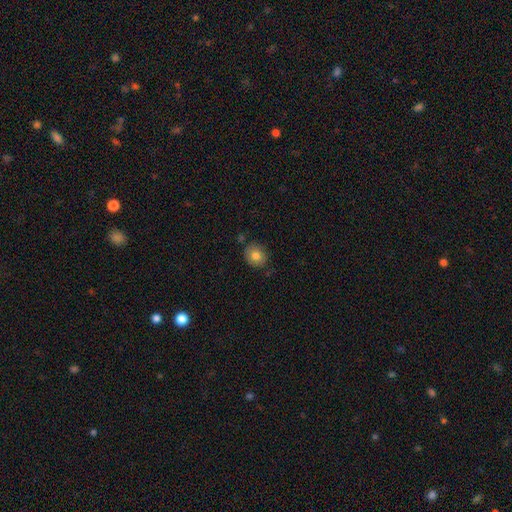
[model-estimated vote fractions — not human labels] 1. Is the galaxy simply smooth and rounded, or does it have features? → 81% smooth, 10% featured or disk, 9% star or artifact.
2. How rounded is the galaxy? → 74% round, 25% in between, 1% cigar-shaped.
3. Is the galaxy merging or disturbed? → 80% none, 14% minor disturbance, 4% merger, 3% major disturbance.